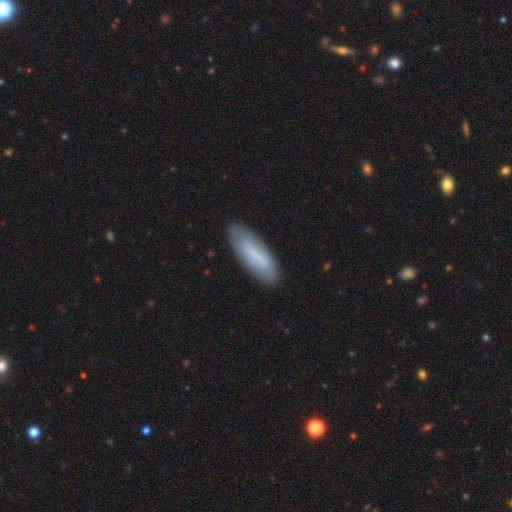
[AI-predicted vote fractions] A smooth galaxy with no disk features (72%) that is in between round and cigar-shaped (55%).

Vote fractions:
- Smooth or featured? smooth: 72% / featured or disk: 22% / star or artifact: 6%
- How rounded? in between: 55% / cigar-shaped: 44% / round: 2%
- Merging? none: 78% / minor disturbance: 17% / major disturbance: 3% / merger: 2%